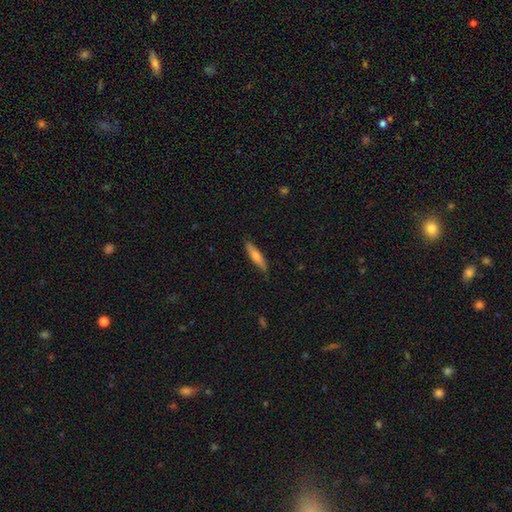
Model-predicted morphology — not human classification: Overall: smooth (63%; featured or disk 31%). How rounded: cigar-shaped (85%). Merging: none (86%).